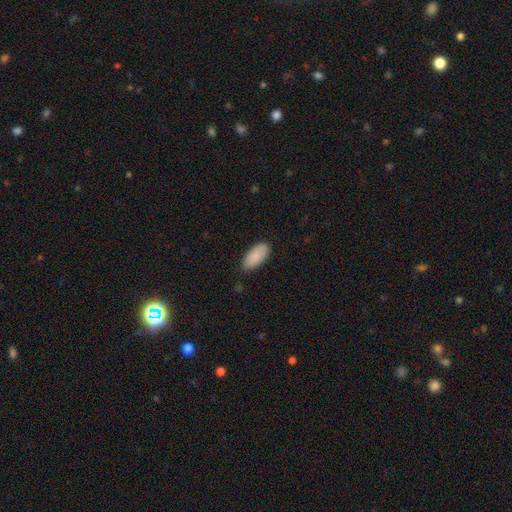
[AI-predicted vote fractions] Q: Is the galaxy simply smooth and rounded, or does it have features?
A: smooth — 89%.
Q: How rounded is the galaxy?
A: in between — 93%.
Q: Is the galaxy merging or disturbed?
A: none — 84%.